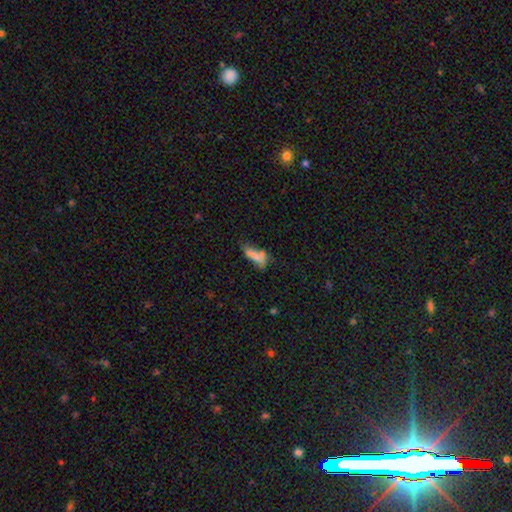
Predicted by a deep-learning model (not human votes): smooth 67%, featured or disk 21%, star or artifact 12%. Down the decision tree: how rounded — in between (56%); merging — none (32%).